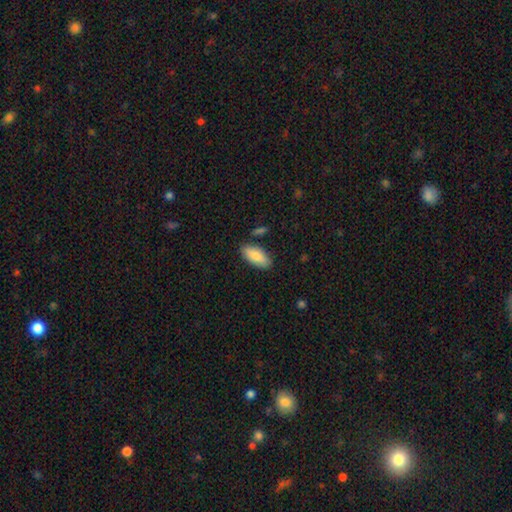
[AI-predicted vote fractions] smooth_or_featured: smooth (p=0.83) [alt: featured or disk p=0.12]
how_rounded: in between (p=0.86) [alt: cigar-shaped p=0.12]
merging: none (p=0.83) [alt: minor disturbance p=0.11]